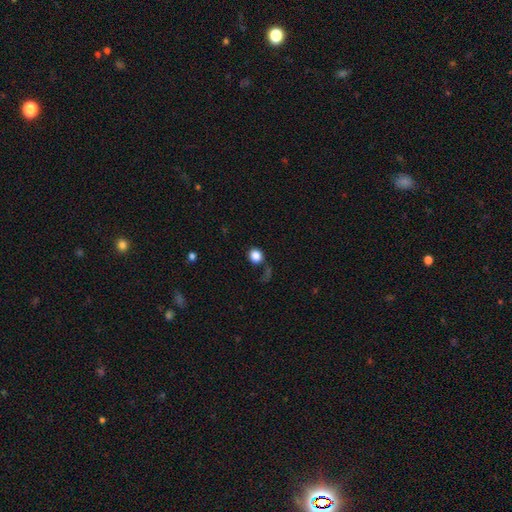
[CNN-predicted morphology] Smooth or featured? smooth (85%)
How rounded? round (78%)
Merging? none (66%)